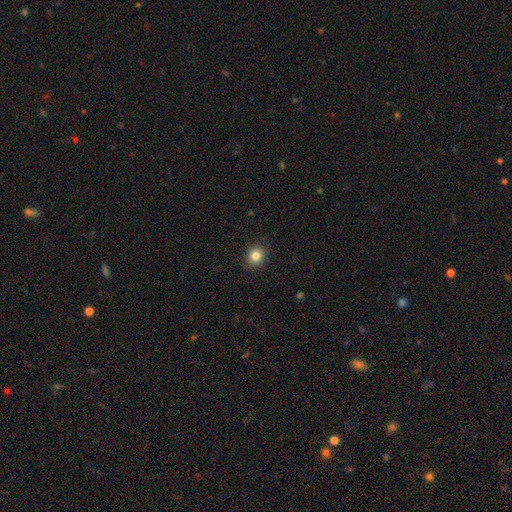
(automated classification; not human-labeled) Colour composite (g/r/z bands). It shows a smooth galaxy with no disk features (83%) that is round (74%). Merging: none (91%).